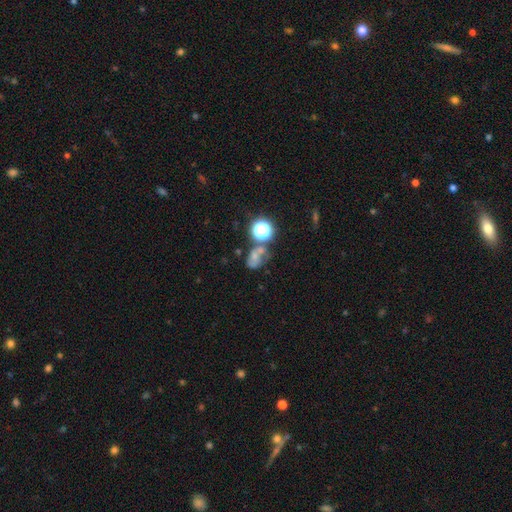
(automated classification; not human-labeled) The model was most divided on "merging": none: 35%, merger: 32%, minor disturbance: 18%, major disturbance: 14%. More confident: how rounded — in between (56%); smooth or featured — smooth (52%).